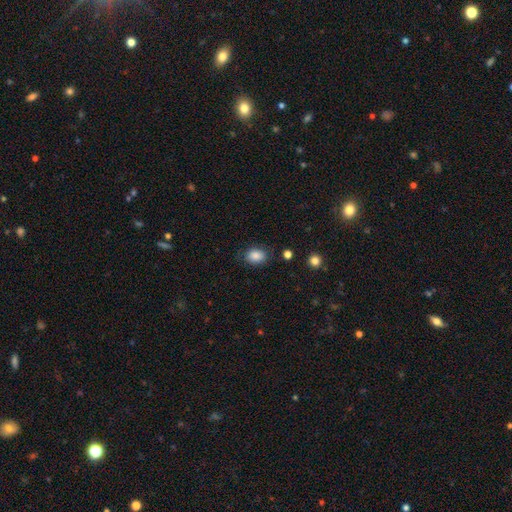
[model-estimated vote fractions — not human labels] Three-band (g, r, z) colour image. It shows a smooth galaxy with no disk features (86%) that is in between round and cigar-shaped (72%). Merging: none (80%).